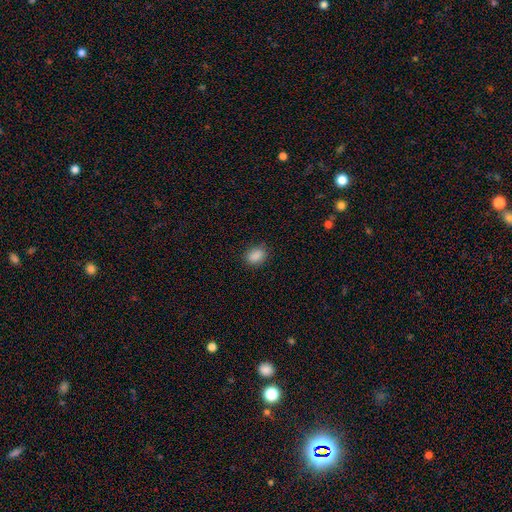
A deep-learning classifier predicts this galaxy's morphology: smooth-or-featured: smooth: 88% | star or artifact: 9% | featured or disk: 3%
  how-rounded: in between: 70% | round: 28% | cigar-shaped: 1%
  merging: none: 84% | minor disturbance: 12% | major disturbance: 3% | merger: 1%